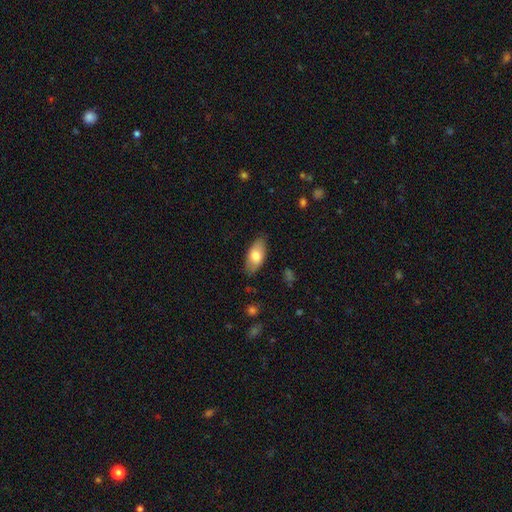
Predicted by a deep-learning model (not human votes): smooth-or-featured: smooth: 75% | featured or disk: 19% | star or artifact: 6%
  how-rounded: in between: 91% | cigar-shaped: 6% | round: 3%
  merging: none: 83% | minor disturbance: 13% | major disturbance: 3% | merger: 1%